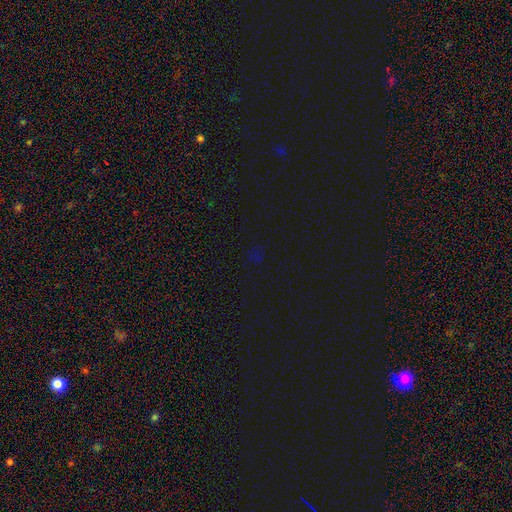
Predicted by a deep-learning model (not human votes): A star or artifact, not a galaxy (65%).